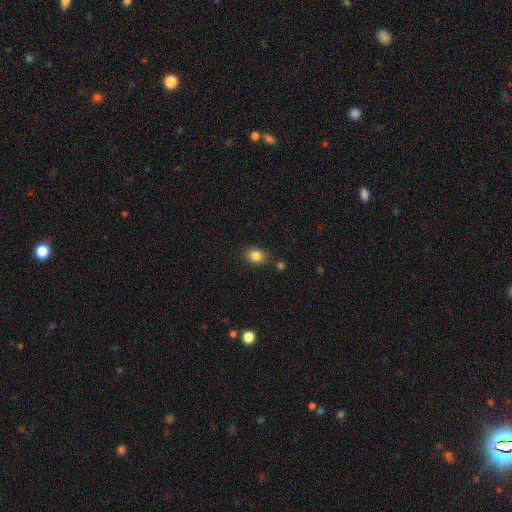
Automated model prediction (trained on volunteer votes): Smooth or featured? Predicted: smooth (p=0.84). How rounded? Predicted: in between (p=0.52). Merging? Predicted: none (p=0.81).